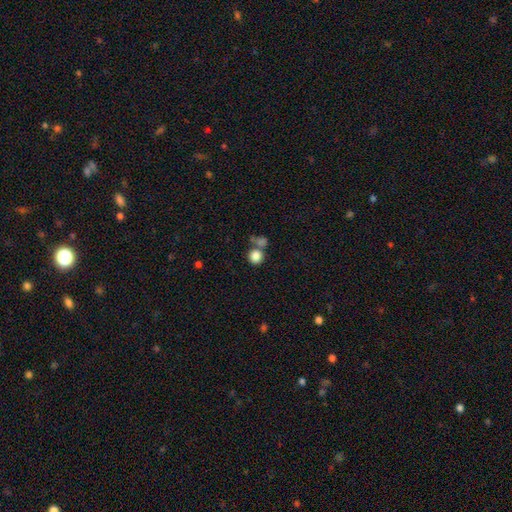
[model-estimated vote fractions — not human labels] smooth_or_featured: smooth (p=0.84) [alt: star or artifact p=0.10]
how_rounded: round (p=0.88) [alt: in between p=0.11]
merging: none (p=0.55) [alt: merger p=0.31]